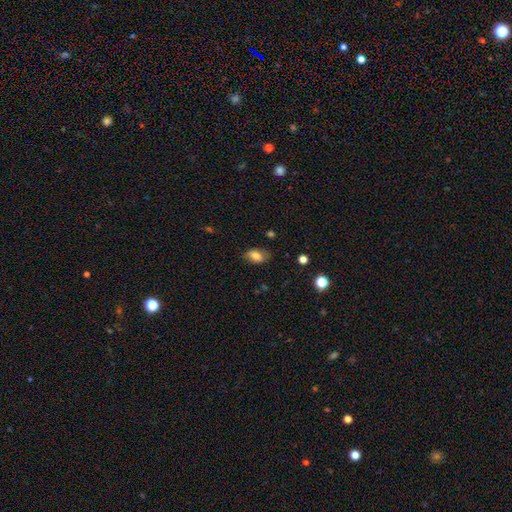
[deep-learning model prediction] smooth 75%, featured or disk 15%, star or artifact 9%. Down the decision tree: how rounded — in between (88%); merging — none (70%).